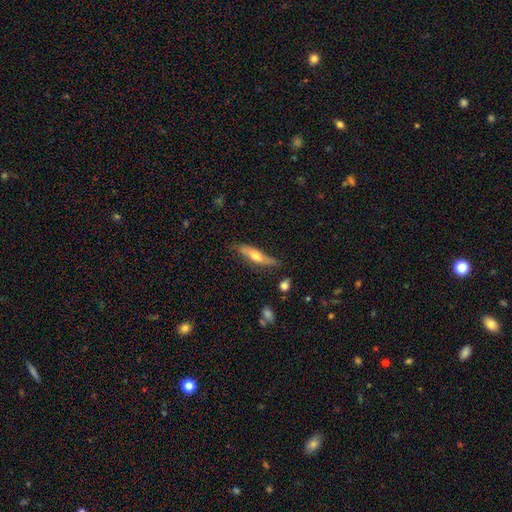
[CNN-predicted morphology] smooth_or_featured: smooth (p=0.51) [alt: featured or disk p=0.44]
how_rounded: cigar-shaped (p=0.73) [alt: in between p=0.25]
merging: none (p=0.70) [alt: minor disturbance p=0.23]